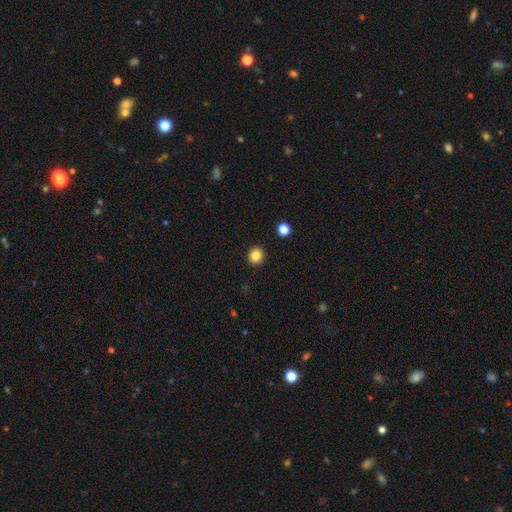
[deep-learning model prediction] Smooth or featured? smooth (85%)
How rounded? round (91%)
Merging? none (93%)